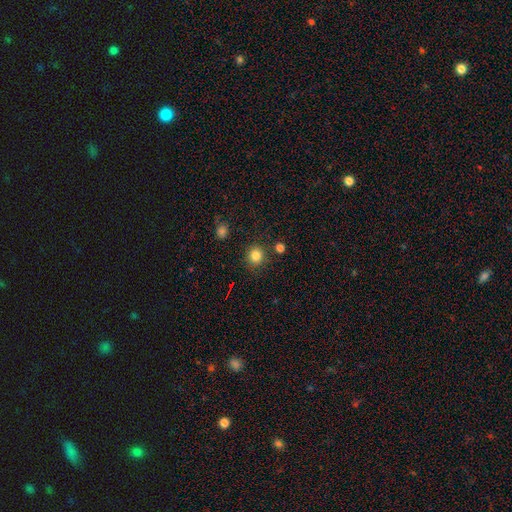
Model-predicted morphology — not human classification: This appears to be a smooth galaxy with no disk features (83%) that is round (91%). Merging: none (87%).